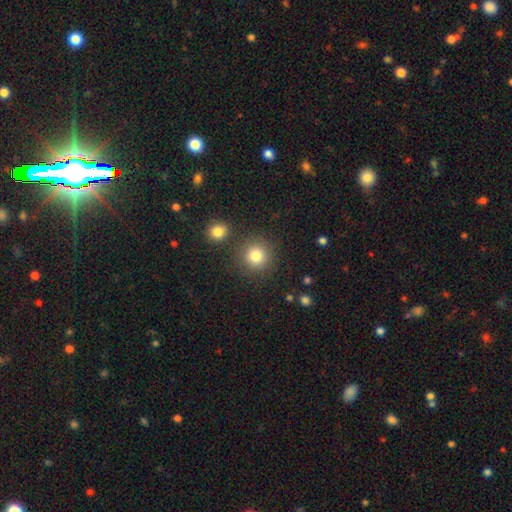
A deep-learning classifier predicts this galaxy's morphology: Overall: smooth (82%). How rounded: round (92%). Merging: none (83%).